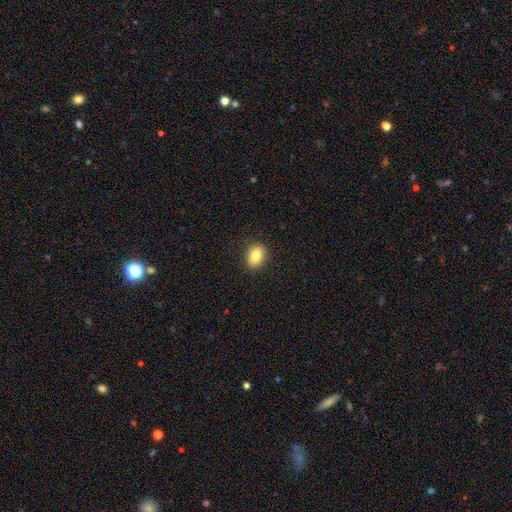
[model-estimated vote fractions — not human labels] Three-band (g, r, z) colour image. It shows a smooth galaxy with no disk features (85%) that is in between round and cigar-shaped (76%). Merging: none (88%).